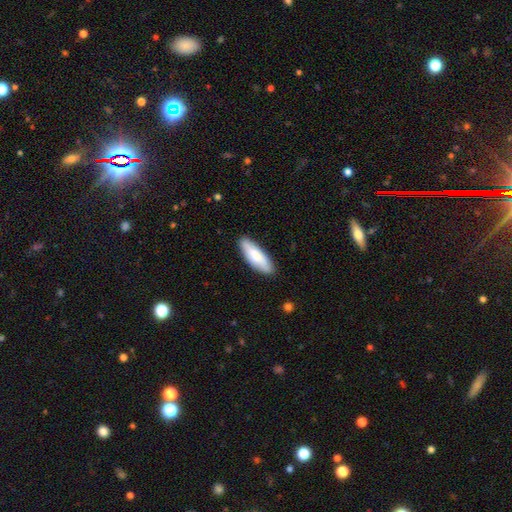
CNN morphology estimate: A smooth galaxy with no disk features (81%) that is in between round and cigar-shaped (59%). Merging: none (87%).